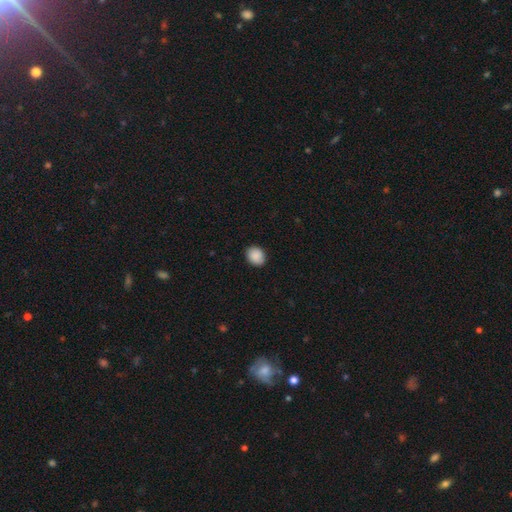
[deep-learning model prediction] smooth 90%, star or artifact 8%, featured or disk 3%. Down the decision tree: how rounded — round (58%); merging — none (88%).